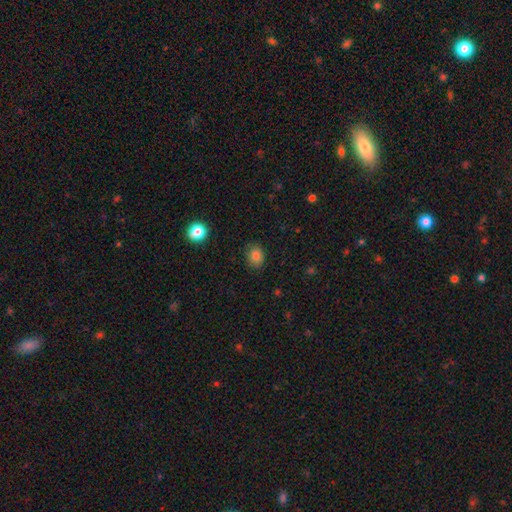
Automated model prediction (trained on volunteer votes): A smooth galaxy with no disk features (83%) that is in between round and cigar-shaped (52%).

Vote fractions:
- Smooth or featured? smooth: 83% / star or artifact: 11% / featured or disk: 6%
- How rounded? in between: 52% / round: 47% / cigar-shaped: 1%
- Merging? none: 84% / minor disturbance: 12% / major disturbance: 3% / merger: 1%